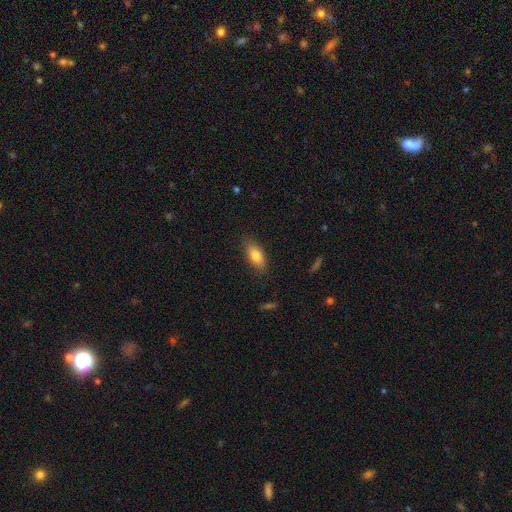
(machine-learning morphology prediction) A smooth galaxy with no disk features (81%) that is in between round and cigar-shaped (83%).

Vote fractions:
- Smooth or featured? smooth: 81% / featured or disk: 12% / star or artifact: 7%
- How rounded? in between: 83% / cigar-shaped: 14% / round: 3%
- Merging? none: 84% / minor disturbance: 12% / major disturbance: 3% / merger: 1%